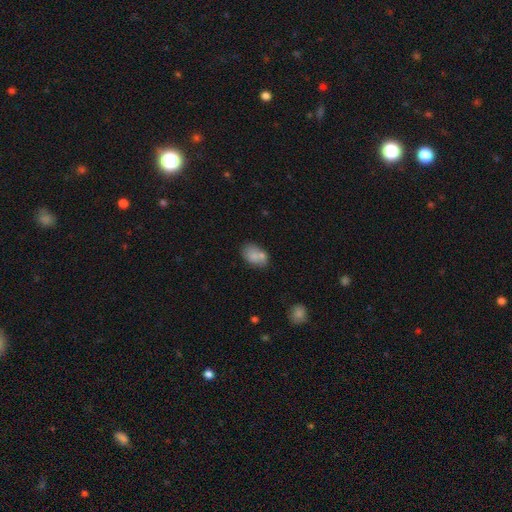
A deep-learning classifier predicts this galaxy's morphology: This is likely a smooth galaxy (75%). How rounded: clearly in between (83%). Merging: possibly none (47%).